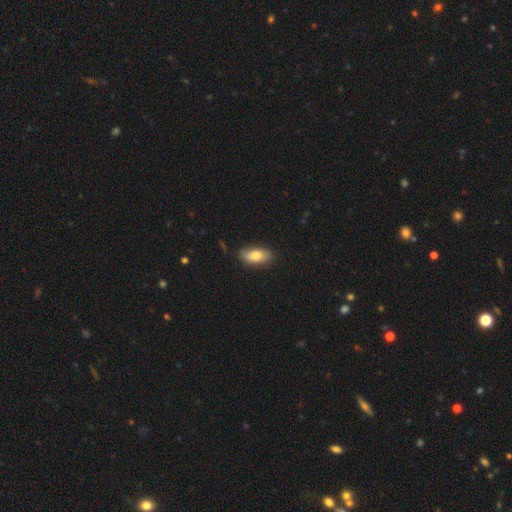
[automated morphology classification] type=smooth (76%); roundness=in between (86%); merging=none (84%).